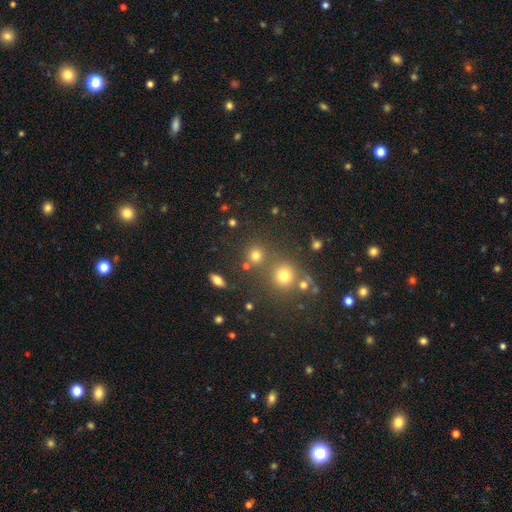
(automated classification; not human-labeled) Morphology: type=smooth (75%); roundness=round (89%); merging=none (73%).